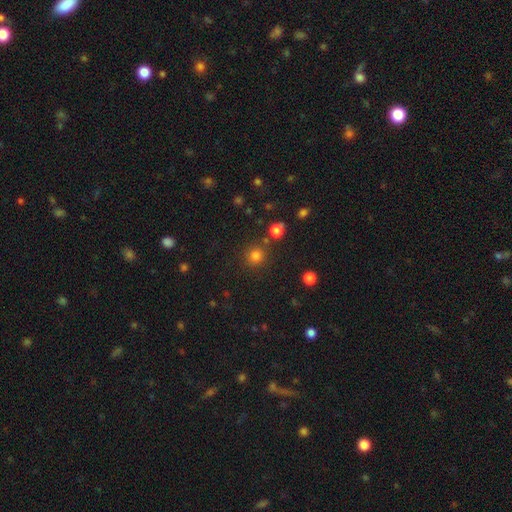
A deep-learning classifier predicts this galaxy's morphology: Smooth or featured: smooth — 79% (star or artifact — 16%)
How rounded: round — 91% (in between — 8%)
Merging: none — 83% (minor disturbance — 8%)